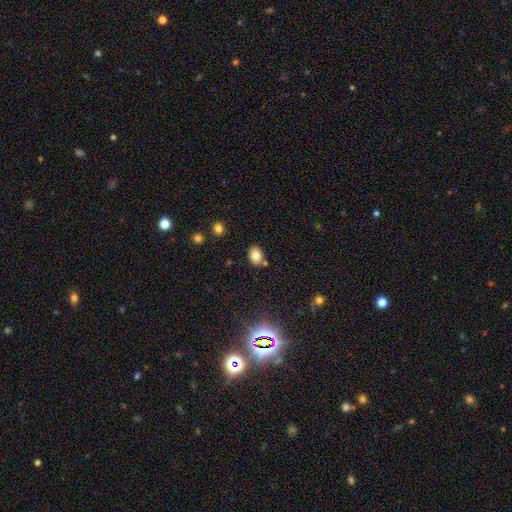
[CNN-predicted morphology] Smooth or featured? smooth (79%)
How rounded? in between (66%)
Merging? none (80%)